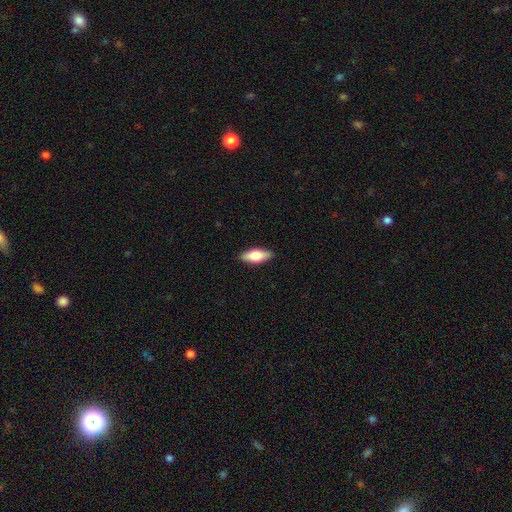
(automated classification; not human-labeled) The model was most divided on "smooth or featured": smooth: 64%, featured or disk: 31%, star or artifact: 6%. More confident: merging — none (89%); how rounded — in between (75%).